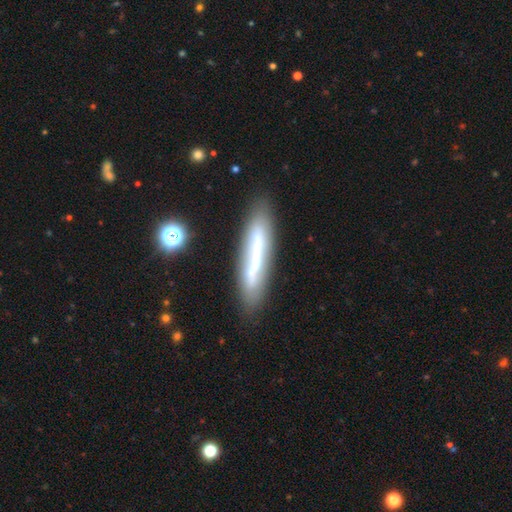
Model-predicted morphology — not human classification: Q: Smooth or featured?
A: featured or disk (49%); runner-up: smooth (42%)
Q: Merging?
A: none (76%); runner-up: minor disturbance (15%)